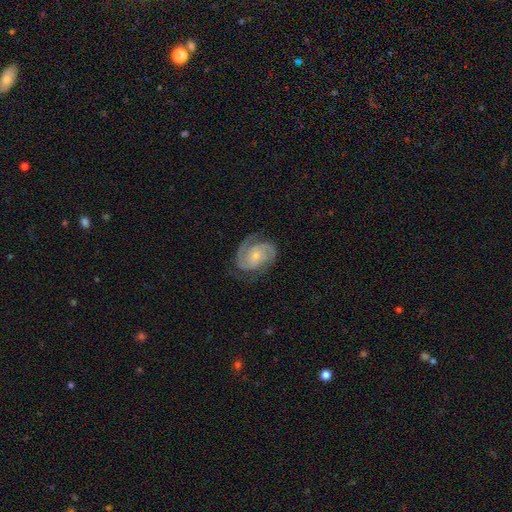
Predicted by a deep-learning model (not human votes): Smooth or featured?
  - featured or disk: 89% *
  - smooth: 7%
  - star or artifact: 5%
Edge-on disk?
  - no: 98% *
  - yes: 2%
Bar?
  - no: 63% *
  - weak: 29%
  - strong: 8%
Spiral arms?
  - yes: 98% *
  - no: 2%
Spiral winding?
  - medium: 46% *
  - tight: 44%
  - loose: 10%
Spiral arm count?
  - 2: 87% *
  - 3: 4%
  - can't tell: 4%
  - 1: 2%
  - 4: 1%
  - more than 4: 1%
Bulge size?
  - small: 65% *
  - moderate: 28%
  - none: 4%
  - large: 2%
  - dominant: 1%
Merging?
  - none: 76% *
  - minor disturbance: 16%
  - major disturbance: 7%
  - merger: 1%